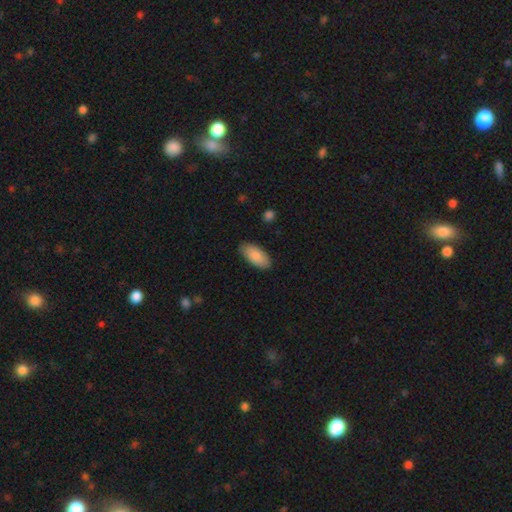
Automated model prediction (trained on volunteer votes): This is clearly a smooth galaxy (88%). How rounded: clearly in between (91%). Merging: clearly none (85%).